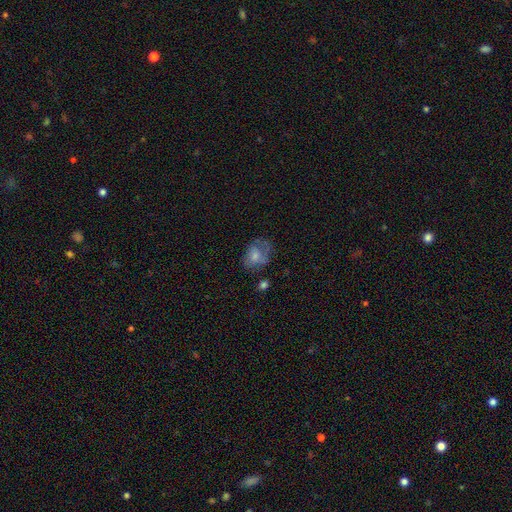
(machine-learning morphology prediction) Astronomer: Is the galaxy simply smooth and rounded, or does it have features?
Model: smooth — 57% (runner-up: featured or disk, 34%).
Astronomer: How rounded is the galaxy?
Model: in between — 67%.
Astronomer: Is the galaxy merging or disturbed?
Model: none — 38% (runner-up: major disturbance, 30%).